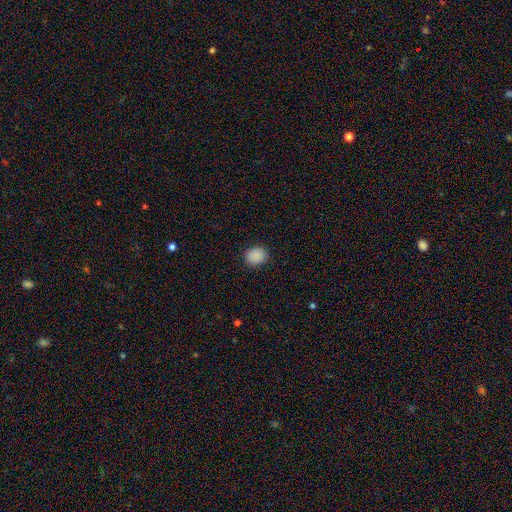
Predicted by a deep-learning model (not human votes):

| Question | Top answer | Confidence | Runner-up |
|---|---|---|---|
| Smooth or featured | smooth | 88% | star or artifact (9%) |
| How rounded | round | 63% | in between (37%) |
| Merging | none | 88% | minor disturbance (9%) |